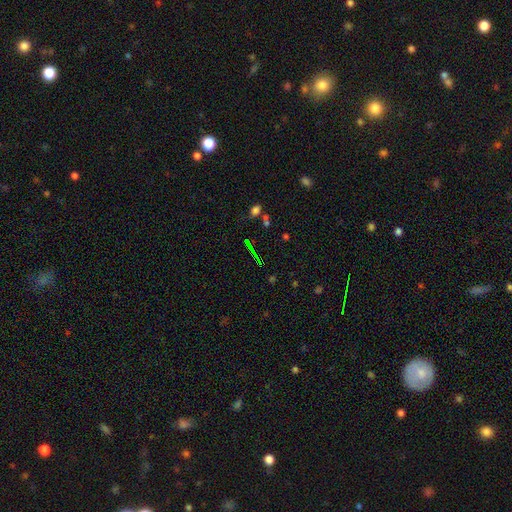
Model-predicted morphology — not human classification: smooth_or_featured: star or artifact (p=0.59) [alt: featured or disk p=0.20]